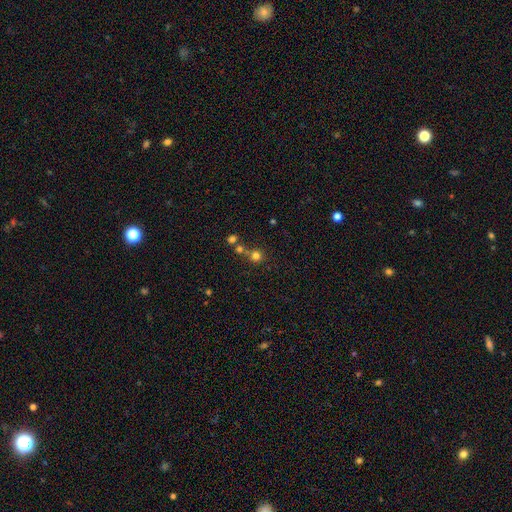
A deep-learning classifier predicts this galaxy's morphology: Smooth or featured: smooth — 73% (star or artifact — 19%)
How rounded: round — 92% (in between — 7%)
Merging: none — 62% (merger — 27%)